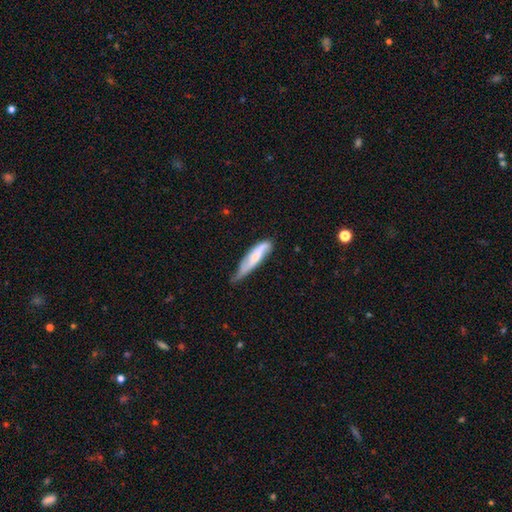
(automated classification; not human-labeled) Smooth or featured? smooth (54%)
How rounded? cigar-shaped (72%)
Merging? minor disturbance (46%)